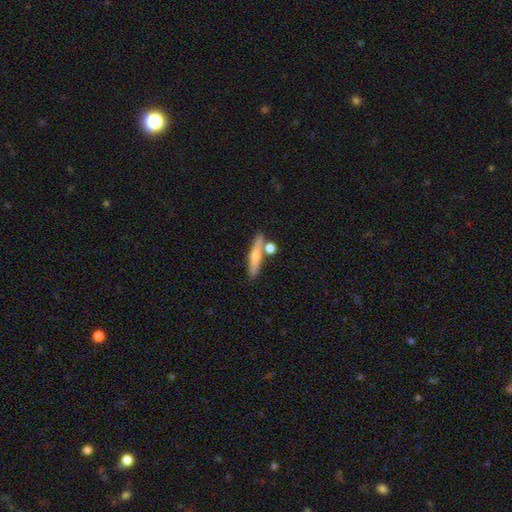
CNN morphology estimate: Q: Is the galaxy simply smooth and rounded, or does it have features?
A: smooth — 63%.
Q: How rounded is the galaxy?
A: cigar-shaped — 79%.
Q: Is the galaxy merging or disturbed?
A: none — 69%.